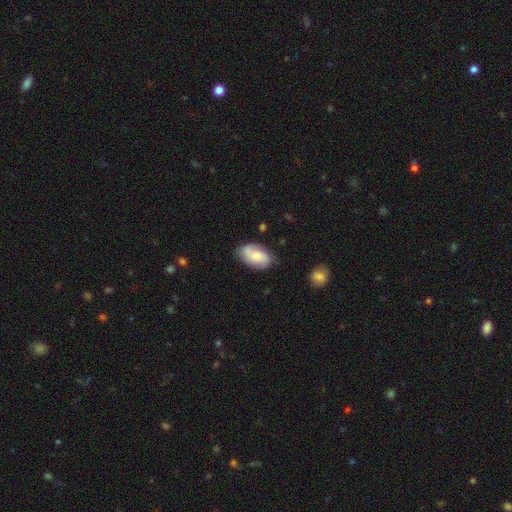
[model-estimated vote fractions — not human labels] smooth-or-featured: smooth: 48% | featured or disk: 45% | star or artifact: 7%
  merging: none: 74% | minor disturbance: 19% | major disturbance: 5% | merger: 2%